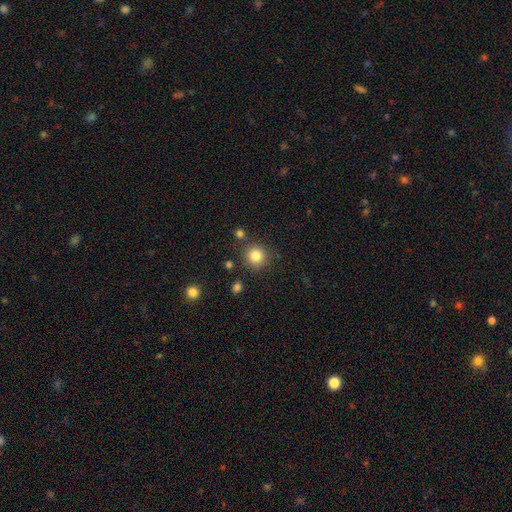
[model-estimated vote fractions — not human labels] smooth 83%, star or artifact 11%, featured or disk 6%. Down the decision tree: how rounded — round (93%); merging — none (85%).